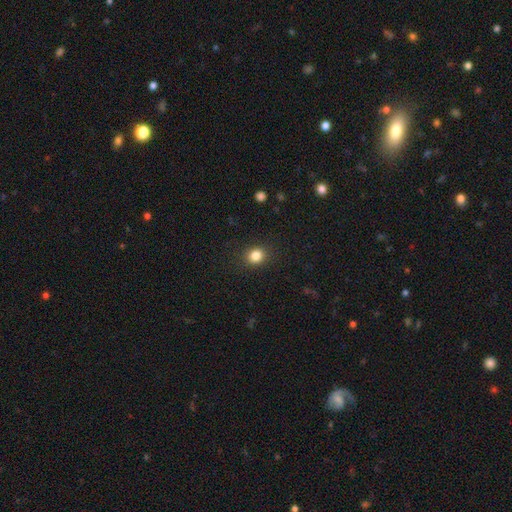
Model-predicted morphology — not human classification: smooth-or-featured: smooth: 84% | star or artifact: 11% | featured or disk: 5%
  how-rounded: round: 73% | in between: 26% | cigar-shaped: 1%
  merging: none: 89% | minor disturbance: 7% | major disturbance: 2% | merger: 1%